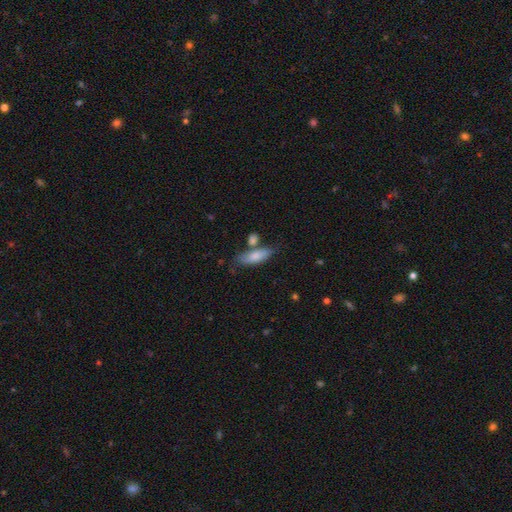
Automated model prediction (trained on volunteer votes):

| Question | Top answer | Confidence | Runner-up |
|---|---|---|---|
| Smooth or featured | smooth | 77% | featured or disk (17%) |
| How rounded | in between | 66% | cigar-shaped (31%) |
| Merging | none | 57% | minor disturbance (19%) |